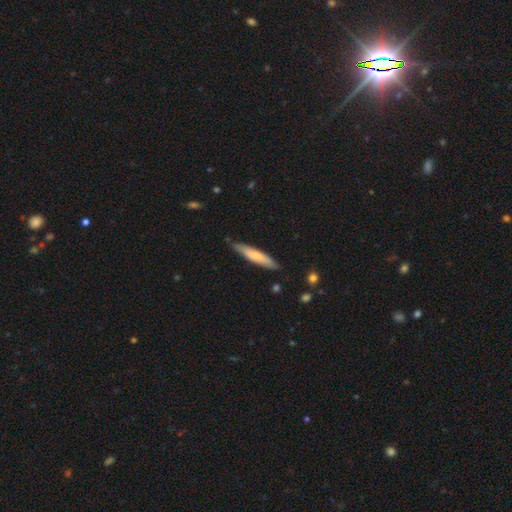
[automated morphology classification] type=smooth (70%); roundness=cigar-shaped (87%); merging=none (81%).